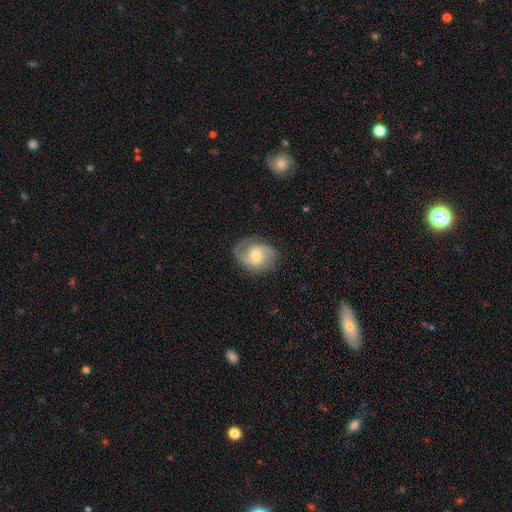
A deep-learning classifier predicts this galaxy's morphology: Smooth or featured? featured or disk (77%)
Edge-on disk? no (97%)
Bar? no (59%)
Spiral arms? yes (95%)
Spiral winding? medium (50%)
Spiral arm count? 2 (79%)
Bulge size? moderate (51%)
Merging? none (74%)